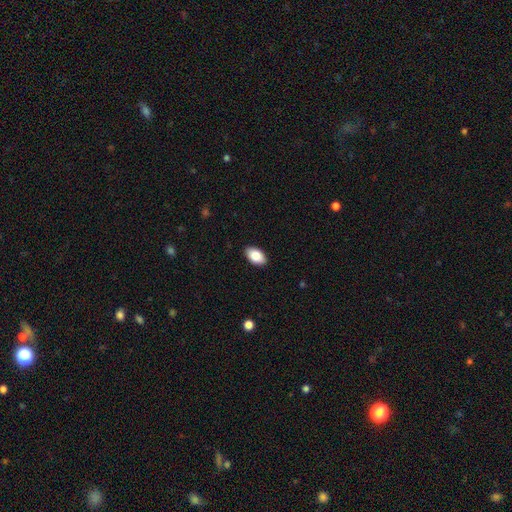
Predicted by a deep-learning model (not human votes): A smooth galaxy with no disk features (86%) that is in between round and cigar-shaped (94%). Merging: none (89%).